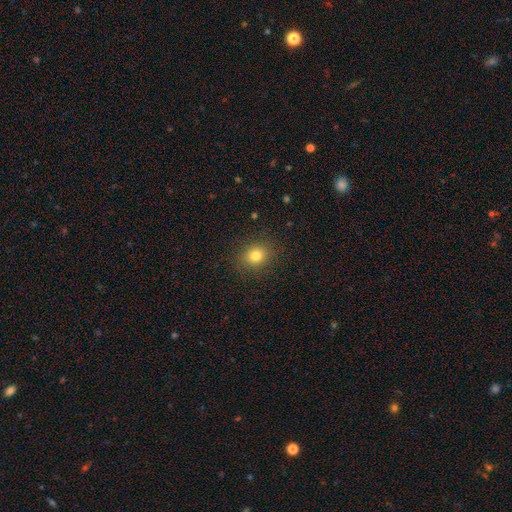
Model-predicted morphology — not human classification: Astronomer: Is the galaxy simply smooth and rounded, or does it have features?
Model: smooth — 79%.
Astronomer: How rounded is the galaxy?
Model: round — 69%.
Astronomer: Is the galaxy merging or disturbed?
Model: none — 88%.